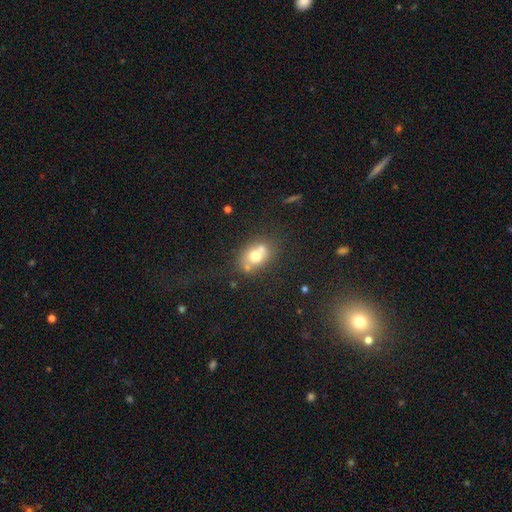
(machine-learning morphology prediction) Overall: smooth (63%; featured or disk 25%). How rounded: in between (58%; round 41%). Merging: none (51%; merger 29%).